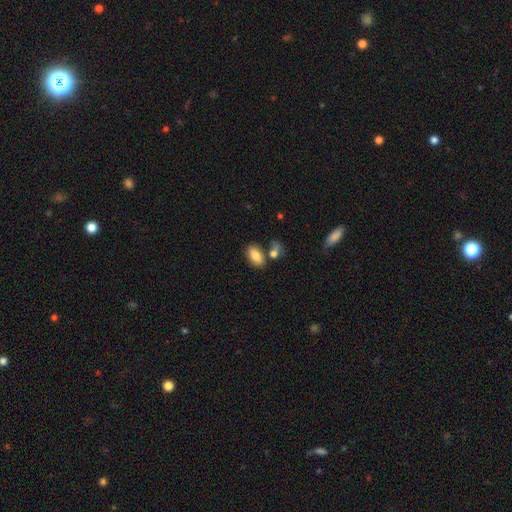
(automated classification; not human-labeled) This is clearly a smooth galaxy (82%). How rounded: clearly in between (91%). Merging: possibly none (60%).